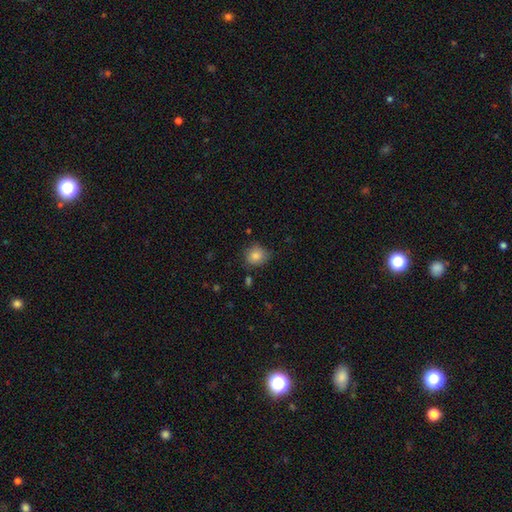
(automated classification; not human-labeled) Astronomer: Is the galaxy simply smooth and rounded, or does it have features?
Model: smooth — 84%.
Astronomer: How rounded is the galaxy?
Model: round — 82%.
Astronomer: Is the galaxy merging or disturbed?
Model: none — 77%.